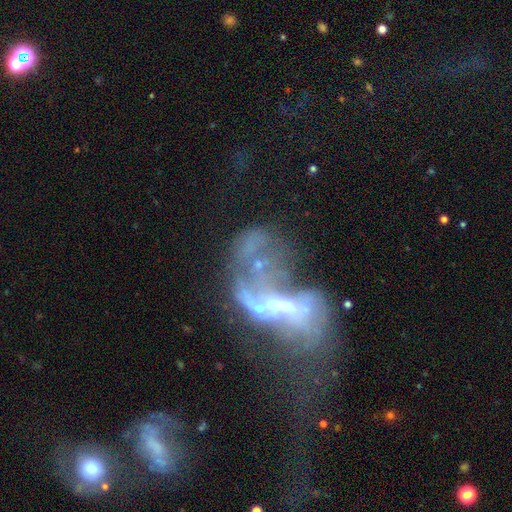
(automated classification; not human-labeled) Smooth or featured?
  - featured or disk: 72% *
  - star or artifact: 15%
  - smooth: 13%
Edge-on disk?
  - no: 95% *
  - yes: 5%
Bar?
  - no: 57% *
  - weak: 28%
  - strong: 15%
Spiral arms?
  - no: 56% *
  - yes: 44%
Bulge size?
  - moderate: 39% *
  - small: 32%
  - none: 22%
  - large: 5%
  - dominant: 2%
Merging?
  - merger: 48% *
  - major disturbance: 33%
  - none: 12%
  - minor disturbance: 7%